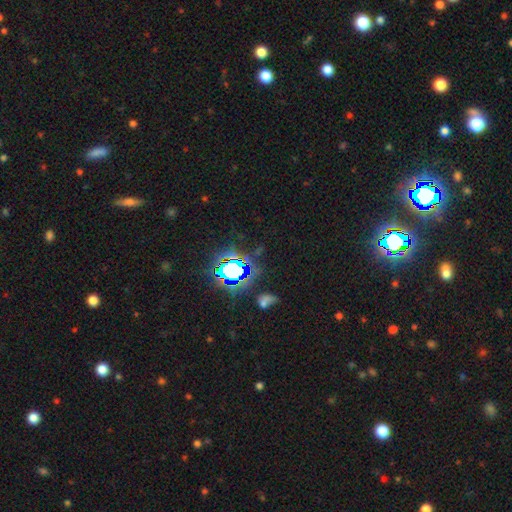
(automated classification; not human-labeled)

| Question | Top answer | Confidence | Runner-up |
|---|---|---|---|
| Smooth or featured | star or artifact | 80% | smooth (12%) |